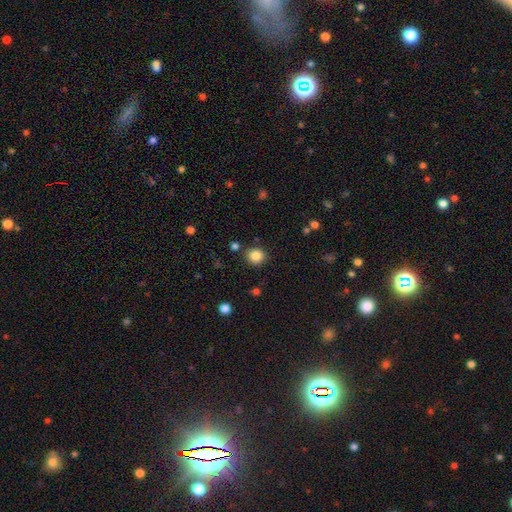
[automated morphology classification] Smooth or featured? Predicted: smooth (p=0.85). How rounded? Predicted: round (p=0.89). Merging? Predicted: none (p=0.86).